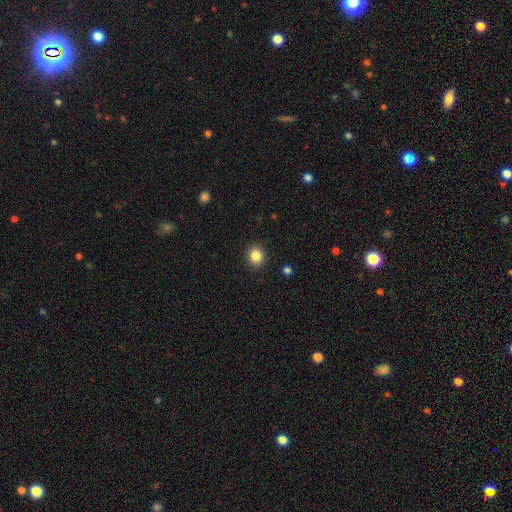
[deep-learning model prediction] The model was most divided on "how rounded": round: 77%, in between: 22%, cigar-shaped: 1%. More confident: merging — none (91%); smooth or featured — smooth (84%).